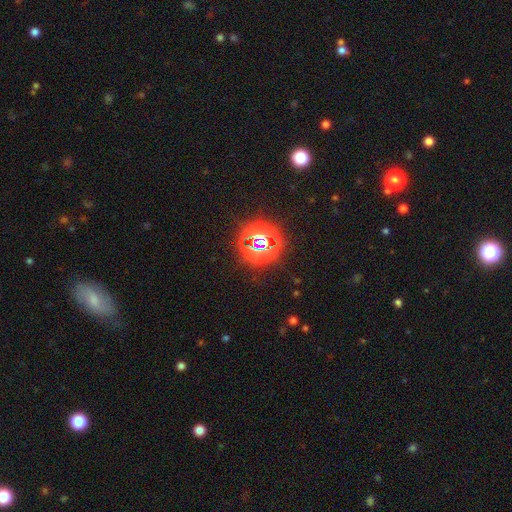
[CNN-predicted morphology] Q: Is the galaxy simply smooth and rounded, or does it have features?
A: star or artifact — 78%.